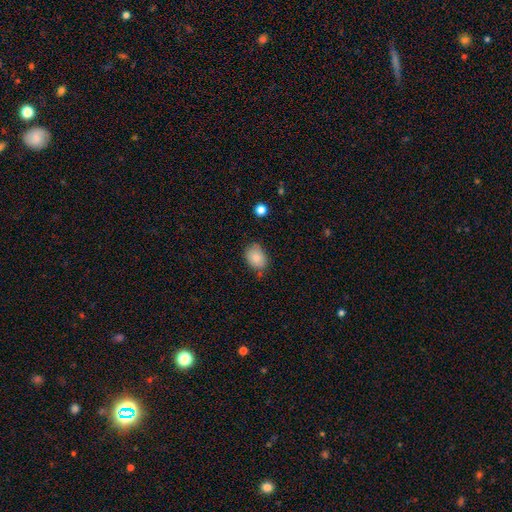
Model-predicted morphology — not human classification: smooth-or-featured: smooth: 85% | star or artifact: 8% | featured or disk: 7%
  how-rounded: in between: 66% | round: 33% | cigar-shaped: 1%
  merging: none: 72% | minor disturbance: 21% | major disturbance: 4% | merger: 4%